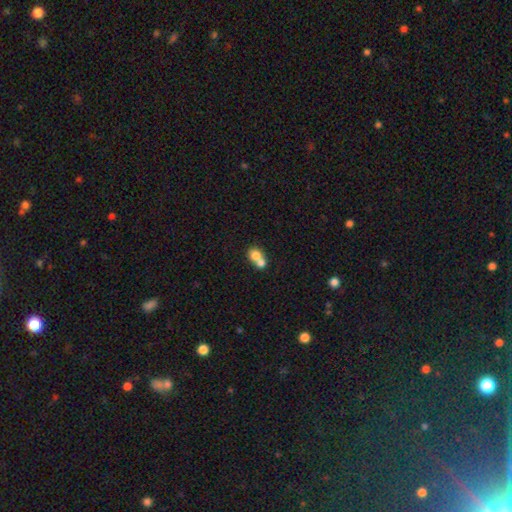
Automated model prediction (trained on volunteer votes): smooth-or-featured: smooth: 77% | featured or disk: 14% | star or artifact: 9%
  how-rounded: round: 74% | in between: 25% | cigar-shaped: 1%
  merging: merger: 68% | none: 25% | minor disturbance: 5% | major disturbance: 2%